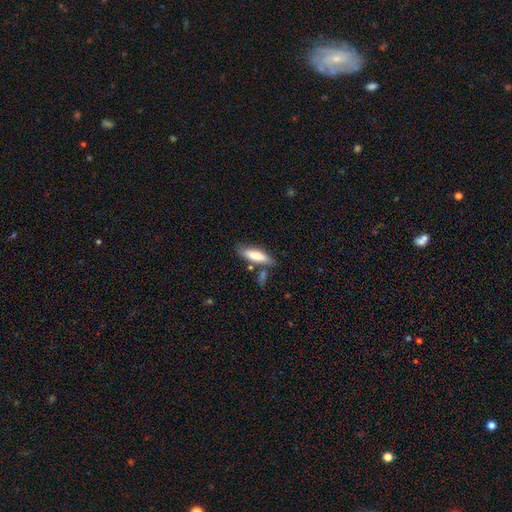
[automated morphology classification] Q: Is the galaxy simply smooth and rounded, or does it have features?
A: smooth — 68%.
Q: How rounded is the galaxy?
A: cigar-shaped — 55%.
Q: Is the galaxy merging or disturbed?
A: none — 70%.